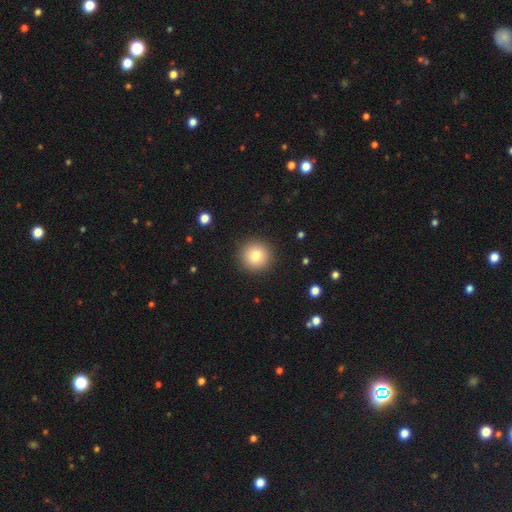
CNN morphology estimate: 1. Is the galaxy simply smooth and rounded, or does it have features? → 79% smooth, 11% star or artifact, 10% featured or disk.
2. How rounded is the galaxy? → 95% round, 4% in between, 1% cigar-shaped.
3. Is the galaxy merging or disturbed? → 92% none, 5% minor disturbance, 2% major disturbance, 1% merger.